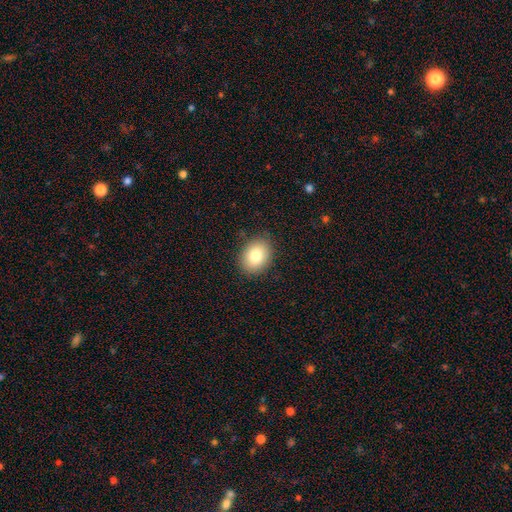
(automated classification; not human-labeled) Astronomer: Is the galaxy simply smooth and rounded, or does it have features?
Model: smooth — 81%.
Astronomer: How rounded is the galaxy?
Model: in between — 62%.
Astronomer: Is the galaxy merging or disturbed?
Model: none — 87%.